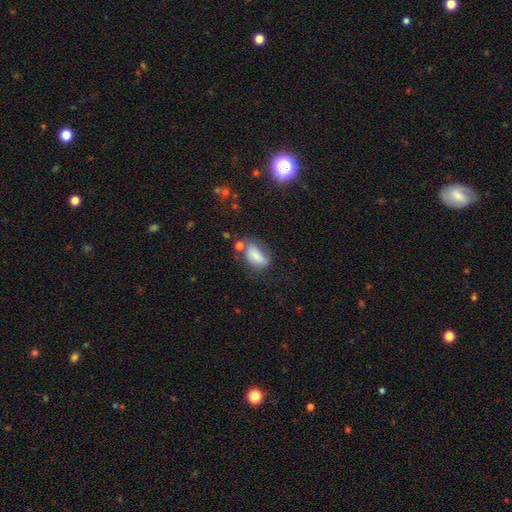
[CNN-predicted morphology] type=smooth (73%); roundness=in between (87%); merging=none (44%).